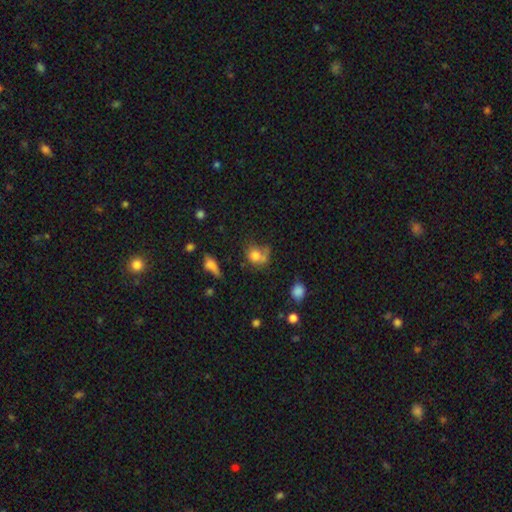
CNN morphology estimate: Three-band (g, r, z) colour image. It shows a smooth galaxy with no disk features (73%) that is round (62%). Merging: none (39%).